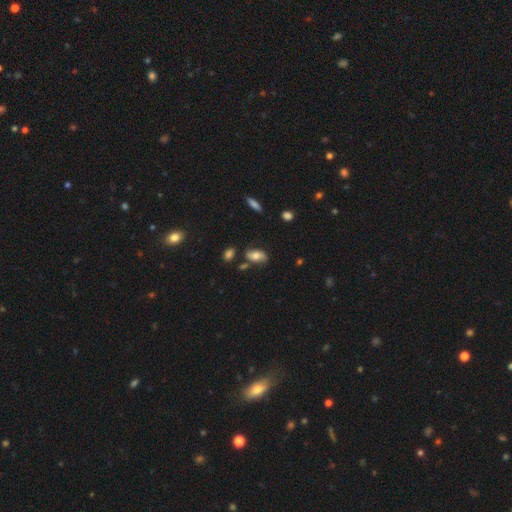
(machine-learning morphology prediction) The model was most divided on "smooth or featured": smooth: 61%, featured or disk: 30%, star or artifact: 9%. More confident: how rounded — in between (89%); merging — none (67%).